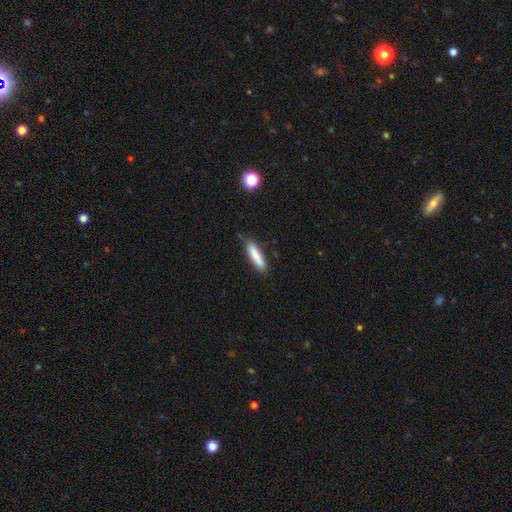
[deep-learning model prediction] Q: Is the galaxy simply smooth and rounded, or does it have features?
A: smooth — 82%.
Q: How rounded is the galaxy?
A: cigar-shaped — 79%.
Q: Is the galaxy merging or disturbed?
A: none — 78%.